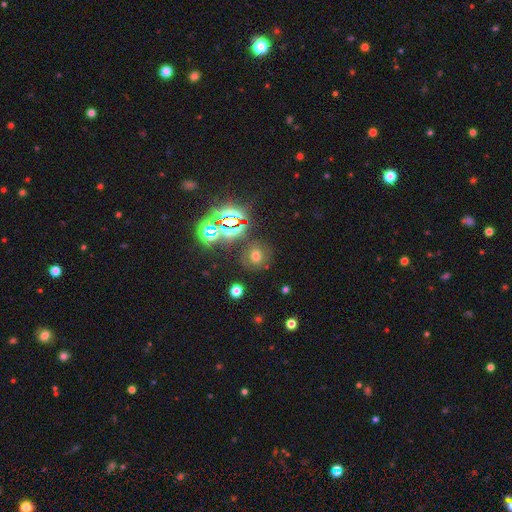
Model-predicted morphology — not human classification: type=smooth (54%); roundness=round (79%); merging=none (78%).